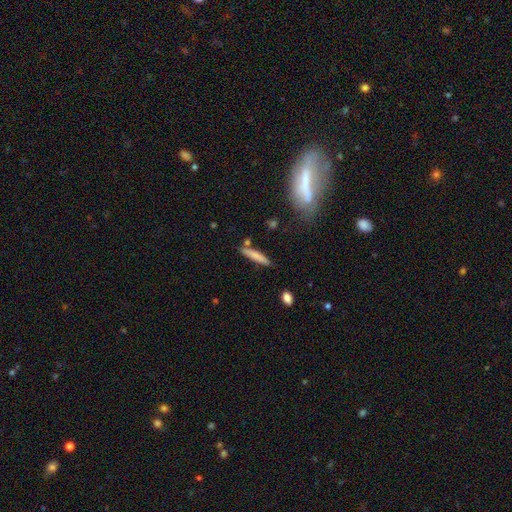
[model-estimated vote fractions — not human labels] Morphology: type=smooth (75%); roundness=cigar-shaped (89%); merging=none (78%).